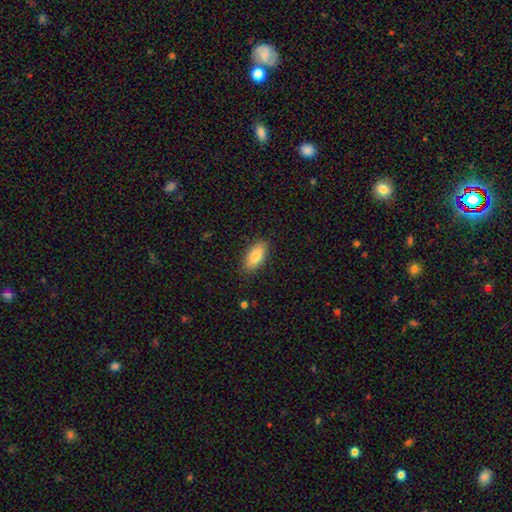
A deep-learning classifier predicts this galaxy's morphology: Overall: smooth (82%). How rounded: in between (88%). Merging: none (87%).